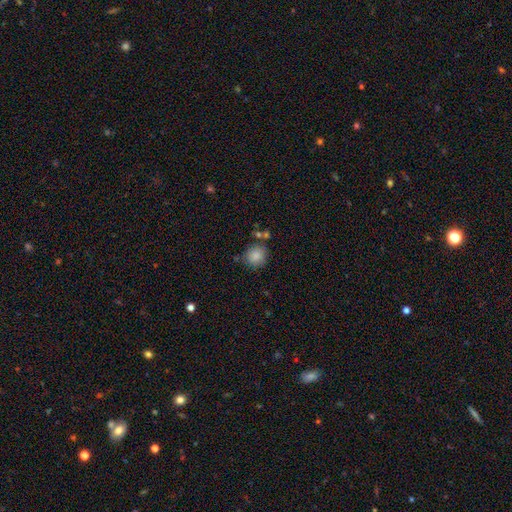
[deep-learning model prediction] smooth-or-featured: smooth: 85% | star or artifact: 9% | featured or disk: 6%
  how-rounded: round: 85% | in between: 14% | cigar-shaped: 1%
  merging: none: 74% | minor disturbance: 14% | merger: 8% | major disturbance: 4%